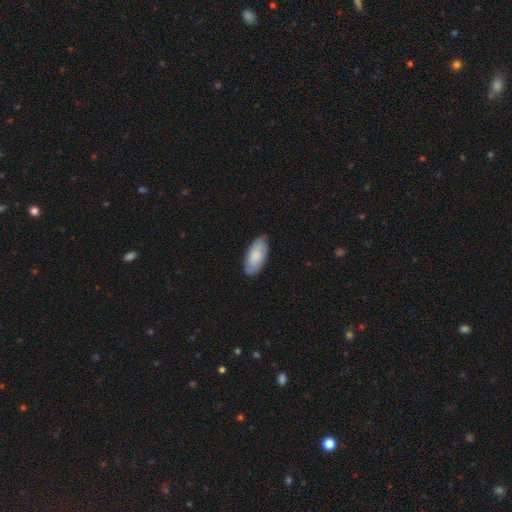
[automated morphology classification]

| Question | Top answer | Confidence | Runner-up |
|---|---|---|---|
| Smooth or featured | smooth | 68% | featured or disk (26%) |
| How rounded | in between | 92% | cigar-shaped (6%) |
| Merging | none | 77% | minor disturbance (19%) |